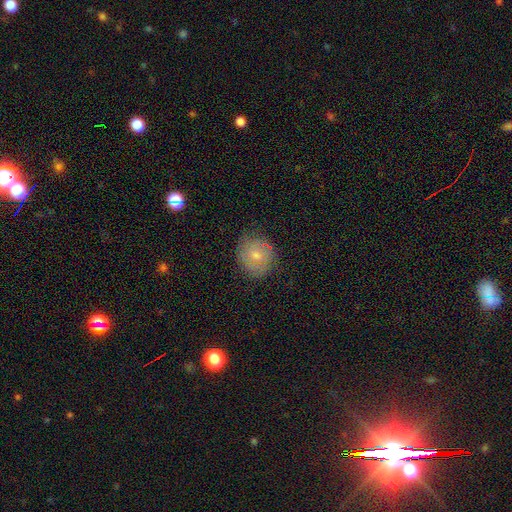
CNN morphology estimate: smooth 54%, featured or disk 36%, star or artifact 10%. Down the decision tree: how rounded — round (77%); merging — none (73%).